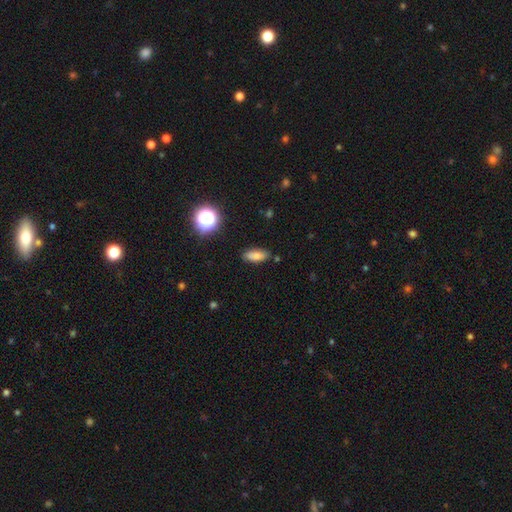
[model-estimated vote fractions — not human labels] A smooth galaxy with no disk features (81%) that is in between round and cigar-shaped (75%). Merging: none (84%).